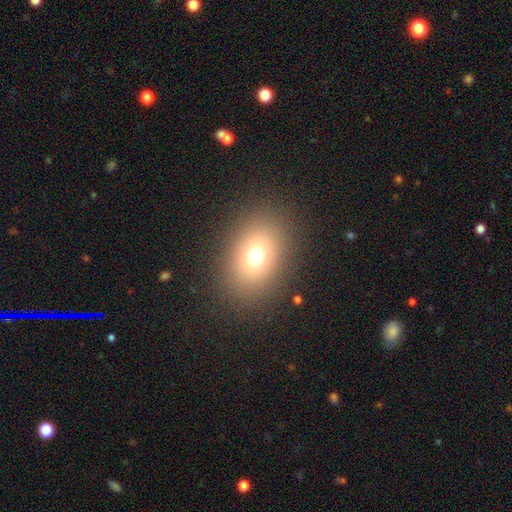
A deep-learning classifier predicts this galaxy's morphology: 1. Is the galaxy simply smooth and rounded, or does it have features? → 69% smooth, 19% star or artifact, 12% featured or disk.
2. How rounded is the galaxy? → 60% in between, 39% round, 1% cigar-shaped.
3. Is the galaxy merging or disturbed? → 86% none, 7% minor disturbance, 5% major disturbance, 1% merger.